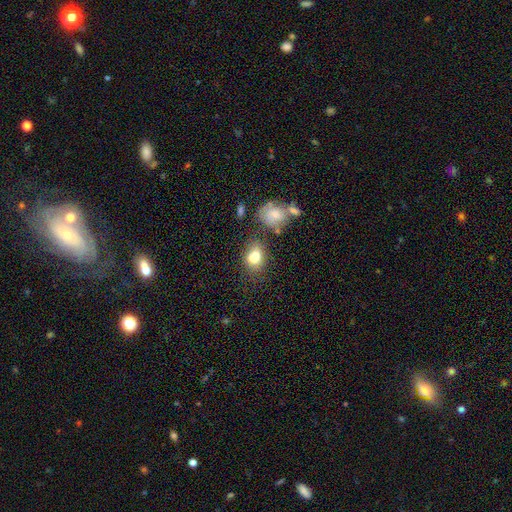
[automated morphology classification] smooth-or-featured: smooth: 77% | featured or disk: 13% | star or artifact: 10%
  how-rounded: in between: 67% | round: 31% | cigar-shaped: 2%
  merging: none: 46% | merger: 28% | minor disturbance: 18% | major disturbance: 8%